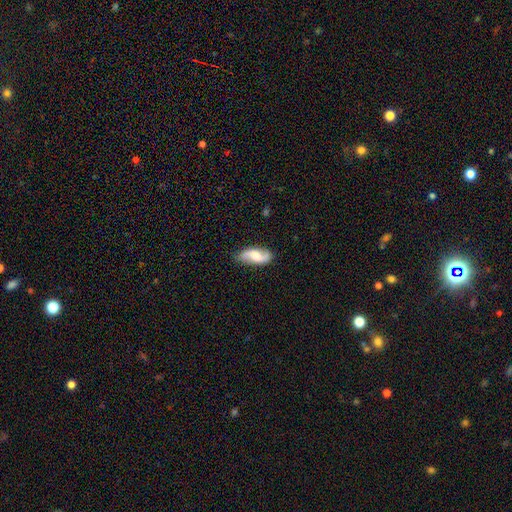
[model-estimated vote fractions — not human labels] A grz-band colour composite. It shows a featured or disk galaxy (66%) with no bar (46%), 2 (90%) loose (65%) spiral arms (93%) and a moderate central bulge (51%). Merging: none (78%).